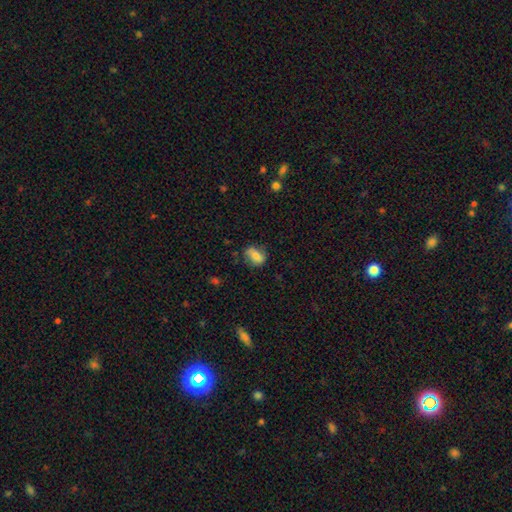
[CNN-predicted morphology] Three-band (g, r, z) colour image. It shows a smooth galaxy with no disk features (70%) that is in between round and cigar-shaped (75%). Merging: none (70%).